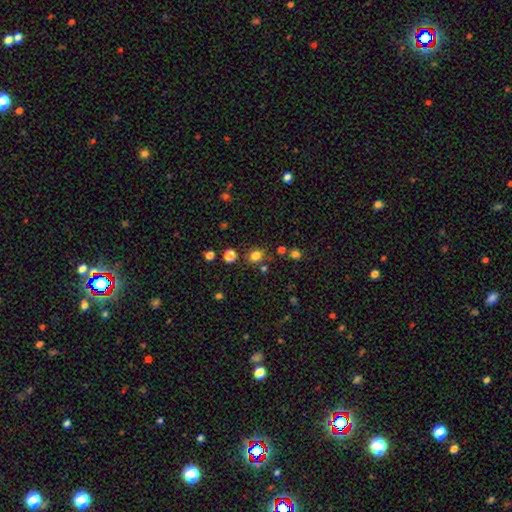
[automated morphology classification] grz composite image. It shows a smooth galaxy with no disk features (79%) that is round (74%). Merging: none (81%).